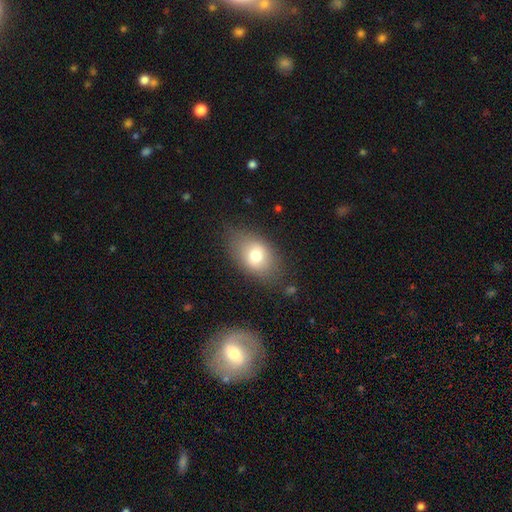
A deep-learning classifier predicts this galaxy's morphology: The model was most divided on "merging": none: 74%, minor disturbance: 18%, major disturbance: 6%, merger: 2%. More confident: how rounded — in between (79%); smooth or featured — smooth (73%).